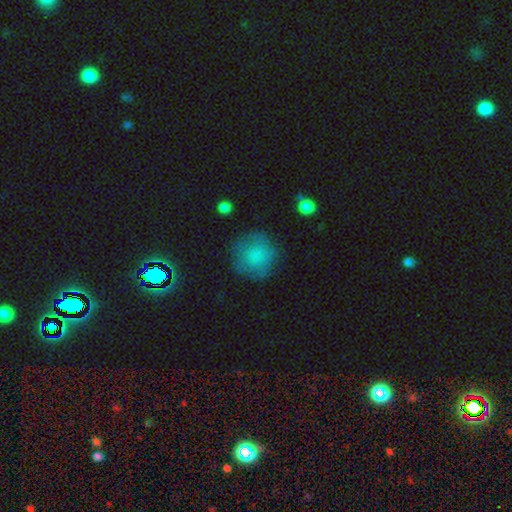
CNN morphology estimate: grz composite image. It shows a smooth galaxy with no disk features (75%) that is round (91%). Merging: none (72%).